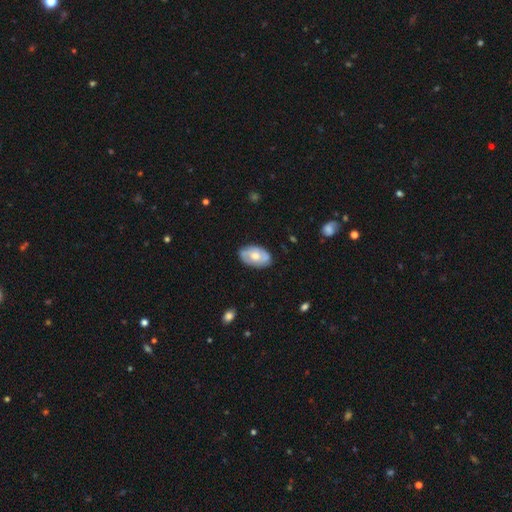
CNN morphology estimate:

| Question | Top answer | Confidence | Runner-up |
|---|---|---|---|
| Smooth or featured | featured or disk | 53% | smooth (41%) |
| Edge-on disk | no | 94% | yes (6%) |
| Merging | none | 78% | minor disturbance (17%) |